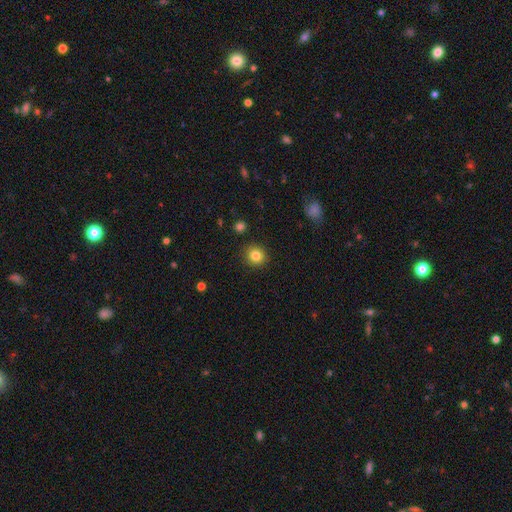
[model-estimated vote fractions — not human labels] This is clearly a smooth galaxy (83%). How rounded: clearly round (87%). Merging: clearly none (91%).